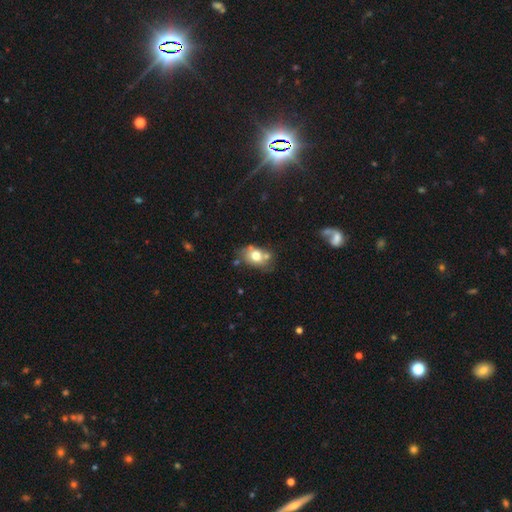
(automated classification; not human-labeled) Smooth or featured? Predicted: smooth (p=0.68). How rounded? Predicted: in between (p=0.68). Merging? Predicted: none (p=0.49).